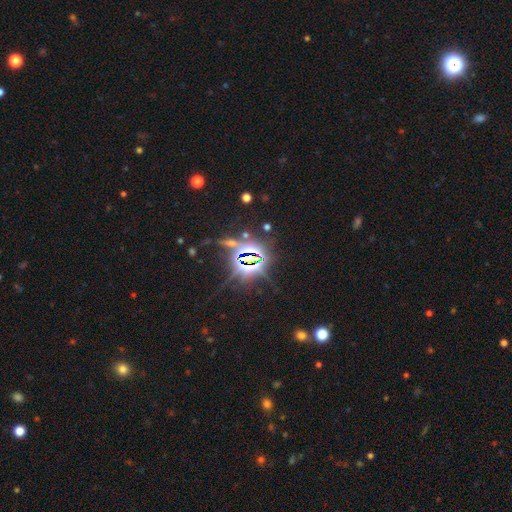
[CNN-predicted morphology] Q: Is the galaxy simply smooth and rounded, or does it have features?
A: star or artifact — 85%.